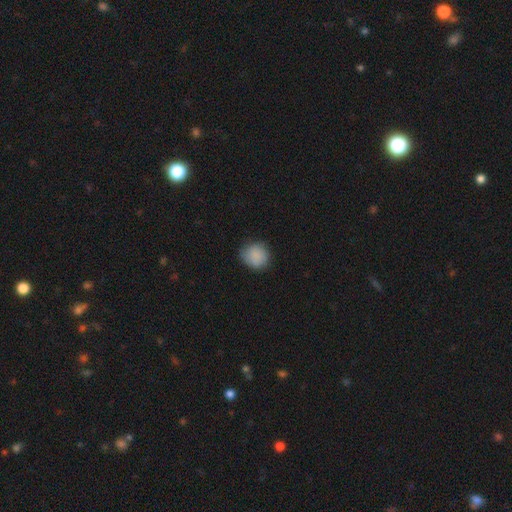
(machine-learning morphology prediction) Smooth or featured? smooth (87%)
How rounded? round (82%)
Merging? none (79%)